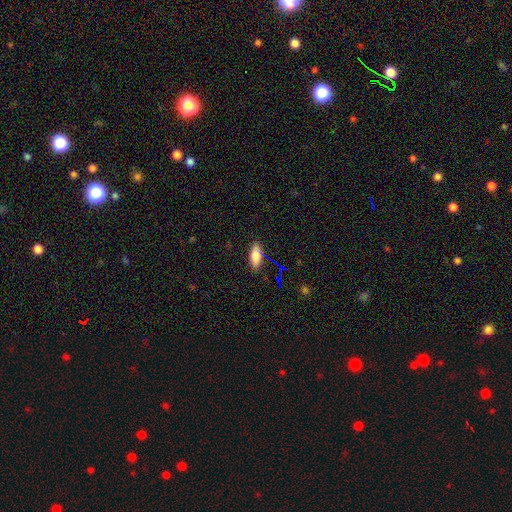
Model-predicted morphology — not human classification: A smooth galaxy with no disk features (75%) that is in between round and cigar-shaped (73%).

Vote fractions:
- Smooth or featured? smooth: 75% / featured or disk: 17% / star or artifact: 8%
- How rounded? in between: 73% / cigar-shaped: 24% / round: 3%
- Merging? none: 86% / minor disturbance: 10% / major disturbance: 2% / merger: 1%